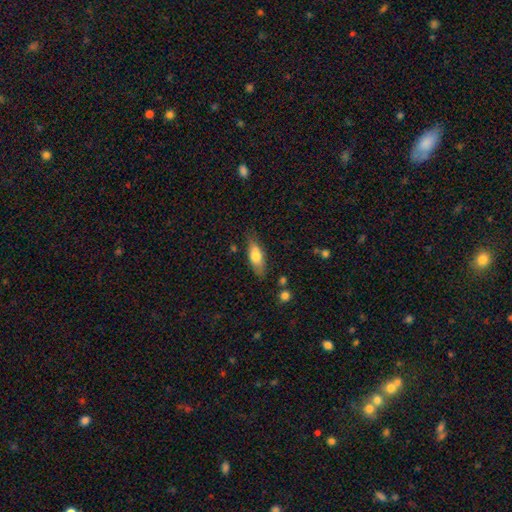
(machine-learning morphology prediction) A smooth galaxy with no disk features (71%) that is in between round and cigar-shaped (68%).

Vote fractions:
- Smooth or featured? smooth: 71% / featured or disk: 23% / star or artifact: 6%
- How rounded? in between: 68% / cigar-shaped: 29% / round: 3%
- Merging? none: 77% / minor disturbance: 17% / major disturbance: 4% / merger: 3%